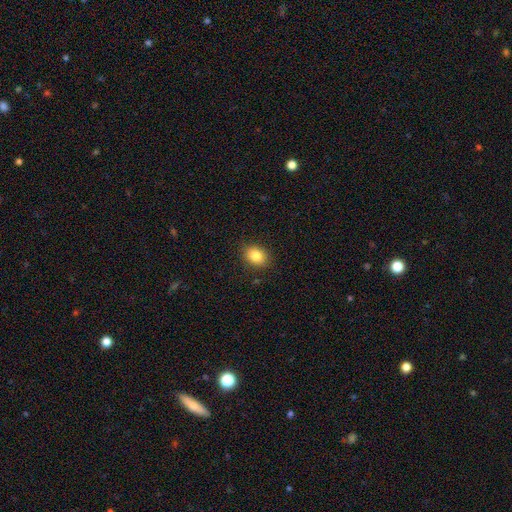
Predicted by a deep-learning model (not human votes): smooth_or_featured: smooth (p=0.84) [alt: star or artifact p=0.09]
how_rounded: in between (p=0.63) [alt: round p=0.36]
merging: none (p=0.87) [alt: minor disturbance p=0.10]